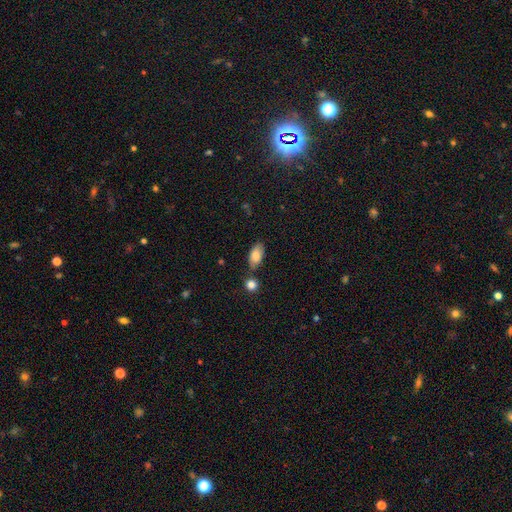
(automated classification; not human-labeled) A smooth galaxy with no disk features (82%) that is in between round and cigar-shaped (90%).

Vote fractions:
- Smooth or featured? smooth: 82% / featured or disk: 11% / star or artifact: 7%
- How rounded? in between: 90% / cigar-shaped: 6% / round: 4%
- Merging? none: 67% / minor disturbance: 18% / merger: 11% / major disturbance: 4%